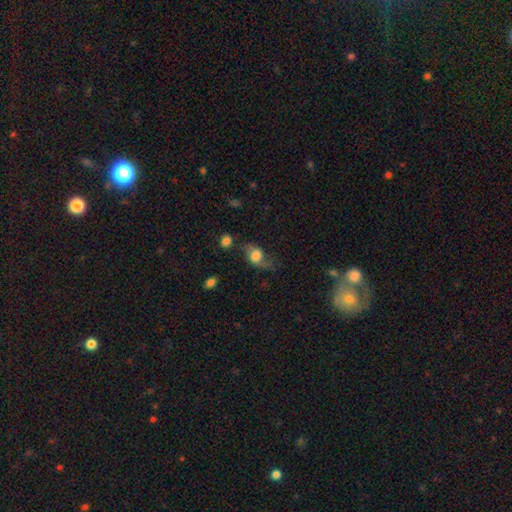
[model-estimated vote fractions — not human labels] A smooth galaxy with no disk features (47%). Merging: none (48%).